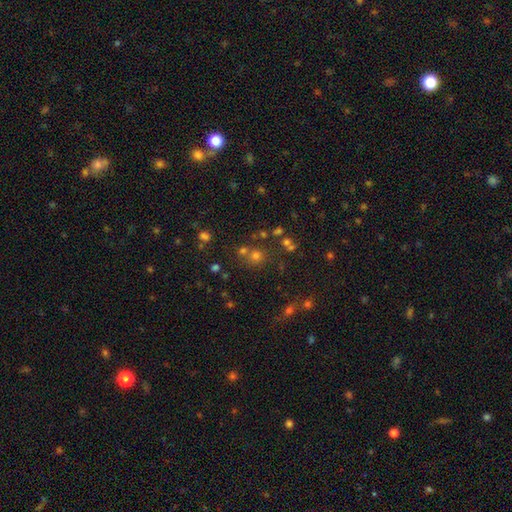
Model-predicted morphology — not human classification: type=smooth (56%); roundness=round (88%); merging=none (68%).